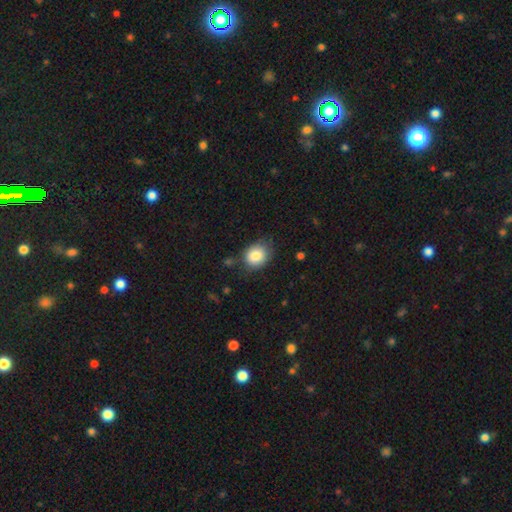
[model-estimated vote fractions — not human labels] This is clearly a smooth galaxy (84%). How rounded: possibly round (57%). Merging: likely none (71%).